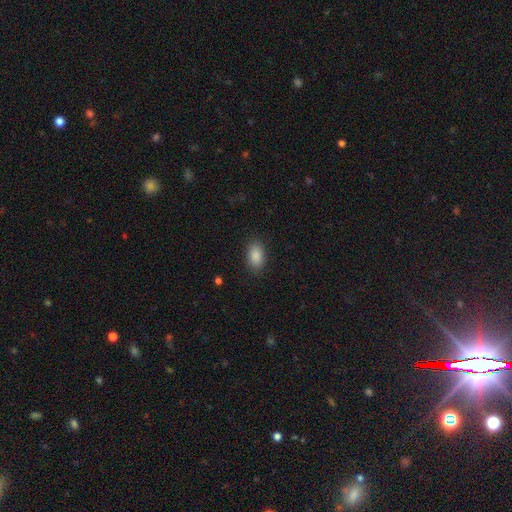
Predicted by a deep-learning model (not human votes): Q: Smooth or featured?
A: smooth (88%); runner-up: star or artifact (7%)
Q: How rounded?
A: in between (91%); runner-up: round (7%)
Q: Merging?
A: none (87%); runner-up: minor disturbance (9%)